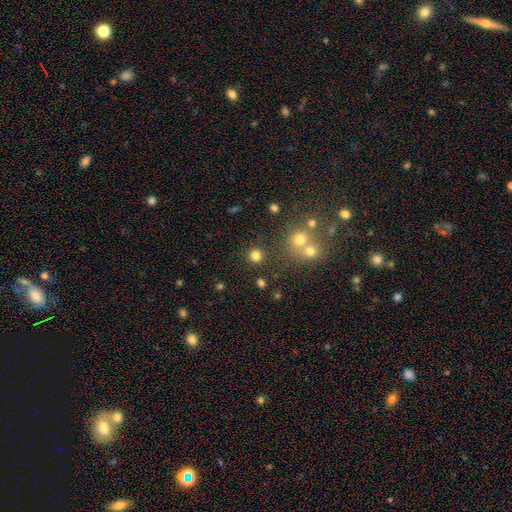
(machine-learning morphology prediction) Overall: smooth (79%). How rounded: round (93%). Merging: none (84%).